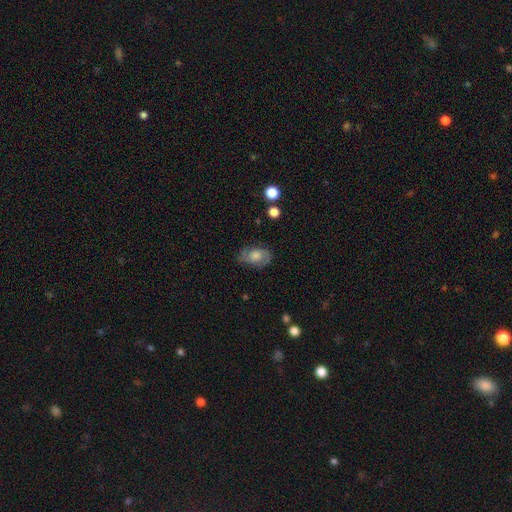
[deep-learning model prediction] Smooth or featured: featured or disk — 50% (smooth — 42%)
Merging: none — 74% (minor disturbance — 18%)